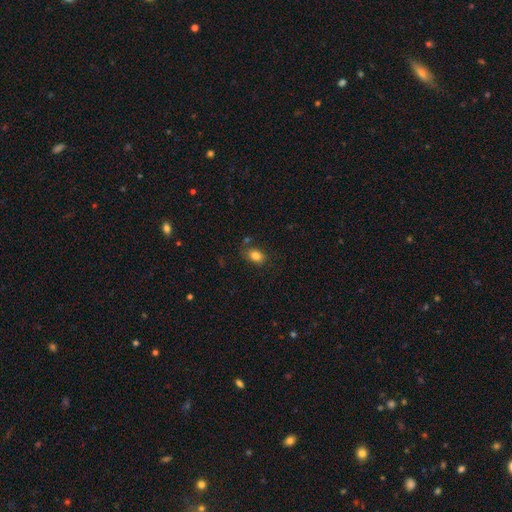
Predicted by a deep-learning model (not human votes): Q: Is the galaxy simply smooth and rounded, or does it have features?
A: smooth — 83%.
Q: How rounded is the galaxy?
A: in between — 76%.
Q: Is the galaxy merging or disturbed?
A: none — 76%.